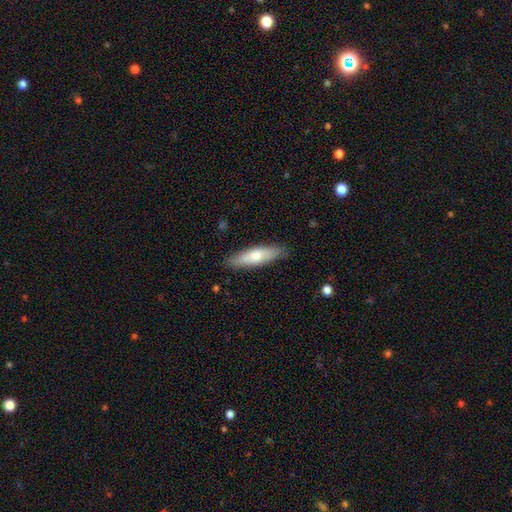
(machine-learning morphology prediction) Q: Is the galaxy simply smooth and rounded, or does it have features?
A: smooth — 65%.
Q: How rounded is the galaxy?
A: cigar-shaped — 68%.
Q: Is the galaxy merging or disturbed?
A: none — 87%.